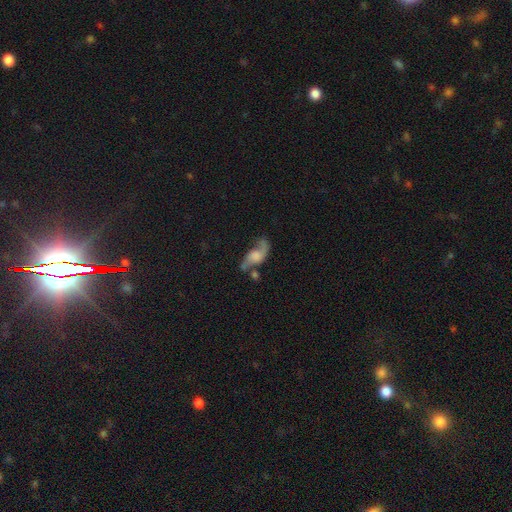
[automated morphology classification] Smooth or featured?
  - featured or disk: 73% *
  - smooth: 19%
  - star or artifact: 8%
Edge-on disk?
  - no: 94% *
  - yes: 6%
Bar?
  - no: 64% *
  - weak: 30%
  - strong: 6%
Spiral arms?
  - yes: 91% *
  - no: 9%
Spiral winding?
  - loose: 75% *
  - medium: 20%
  - tight: 5%
Spiral arm count?
  - 2: 85% *
  - 1: 8%
  - can't tell: 3%
  - 3: 1%
  - 4: 1%
  - more than 4: 1%
Bulge size?
  - none: 29% *
  - large: 25%
  - moderate: 23%
  - small: 19%
  - dominant: 4%
Merging?
  - none: 45% *
  - minor disturbance: 20%
  - major disturbance: 19%
  - merger: 16%